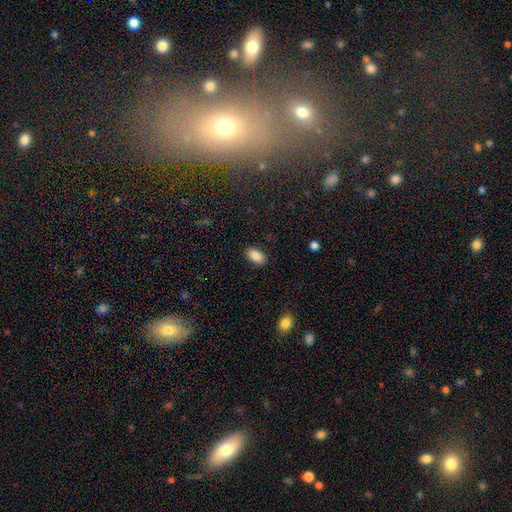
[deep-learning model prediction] A smooth galaxy with no disk features (87%) that is in between round and cigar-shaped (93%).

Vote fractions:
- Smooth or featured? smooth: 87% / star or artifact: 8% / featured or disk: 6%
- How rounded? in between: 93% / round: 5% / cigar-shaped: 2%
- Merging? none: 88% / minor disturbance: 9% / major disturbance: 2% / merger: 1%